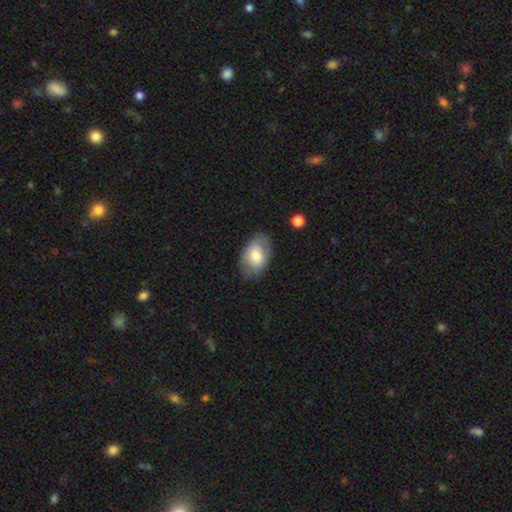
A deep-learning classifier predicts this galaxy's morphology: This appears to be a smooth galaxy with no disk features (72%) that is in between round and cigar-shaped (89%). Merging: none (74%).